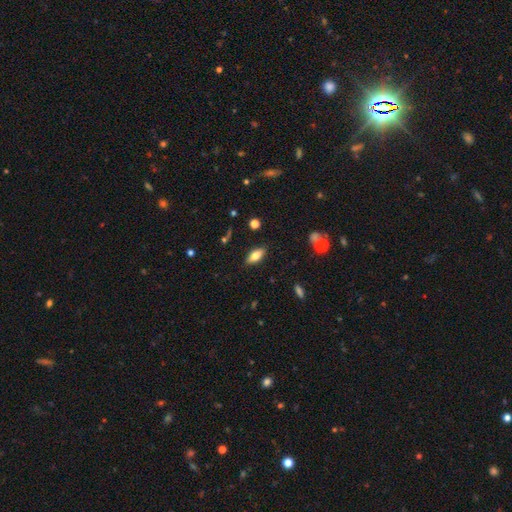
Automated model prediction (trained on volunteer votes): smooth_or_featured: smooth (p=0.69) [alt: featured or disk p=0.23]
how_rounded: in between (p=0.80) [alt: cigar-shaped p=0.16]
merging: none (p=0.86) [alt: minor disturbance p=0.10]